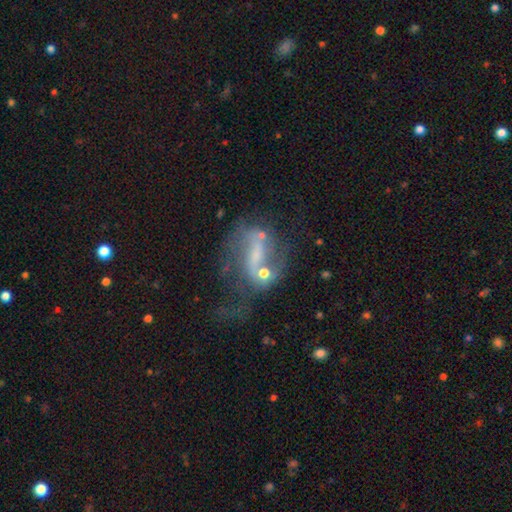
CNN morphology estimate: smooth-or-featured: featured or disk: 68% | smooth: 19% | star or artifact: 13%
  disk-edge-on: no: 94% | yes: 6%
    bar: weak: 38% | no: 37% | strong: 25%
    has-spiral-arms: yes: 62% | no: 38%
    bulge-size: small: 41% | moderate: 30% | none: 22% | large: 4% | dominant: 2%
  merging: major disturbance: 32% | none: 30% | merger: 22% | minor disturbance: 16%